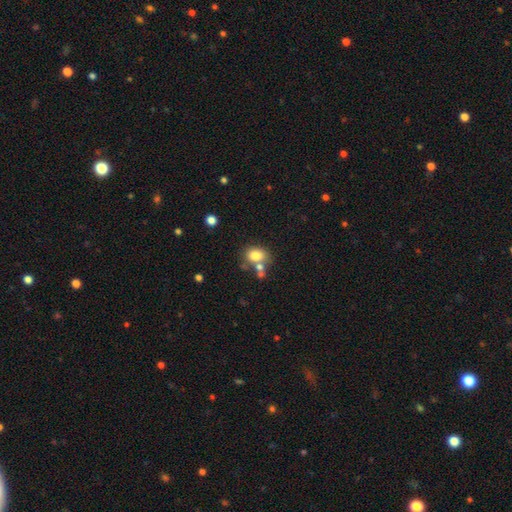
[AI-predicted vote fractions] A smooth galaxy with no disk features (80%) that is in between round and cigar-shaped (63%).

Vote fractions:
- Smooth or featured? smooth: 80% / star or artifact: 11% / featured or disk: 9%
- How rounded? in between: 63% / round: 36% / cigar-shaped: 1%
- Merging? none: 54% / merger: 25% / minor disturbance: 15% / major disturbance: 6%